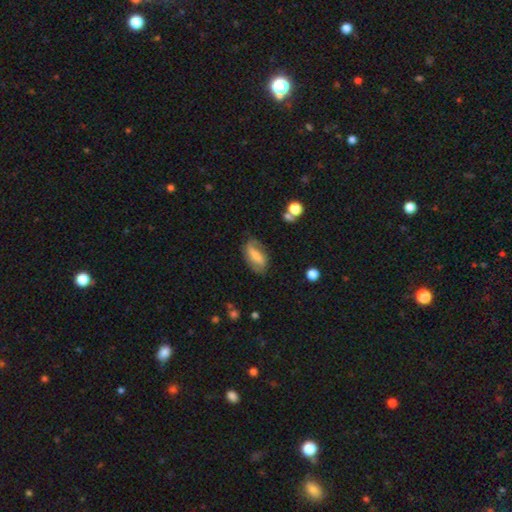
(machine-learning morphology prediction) Q: Smooth or featured?
A: smooth (47%); runner-up: featured or disk (45%)
Q: Merging?
A: none (65%); runner-up: minor disturbance (23%)